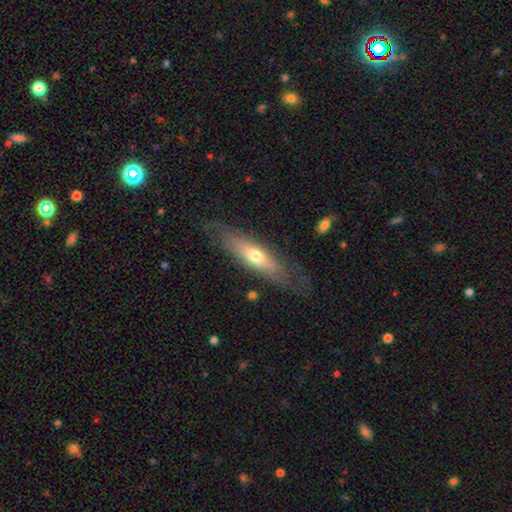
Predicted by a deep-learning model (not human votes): Overall: featured or disk (51%; smooth 43%). Edge-on disk: yes (54%; no 46%). Merging: none (72%).